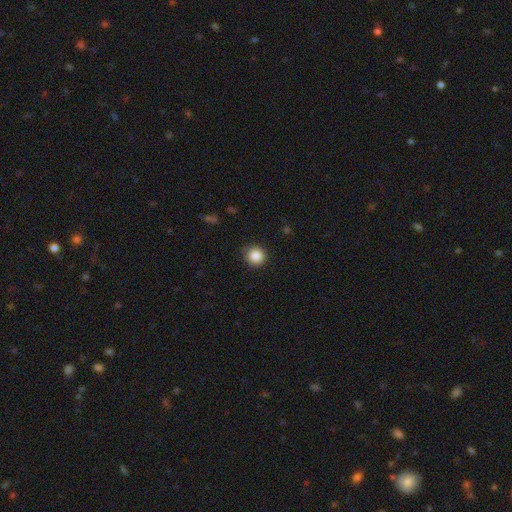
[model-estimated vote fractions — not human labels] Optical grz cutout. It shows a smooth galaxy with no disk features (87%) that is round (94%). Merging: none (90%).